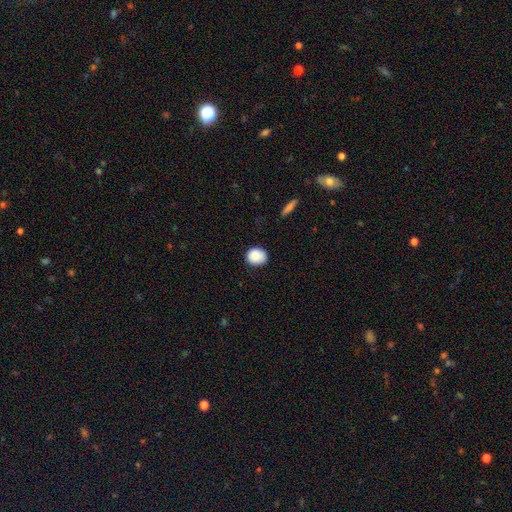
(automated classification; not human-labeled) Smooth or featured: smooth — 88% (star or artifact — 8%)
How rounded: round — 72% (in between — 27%)
Merging: none — 85% (minor disturbance — 11%)